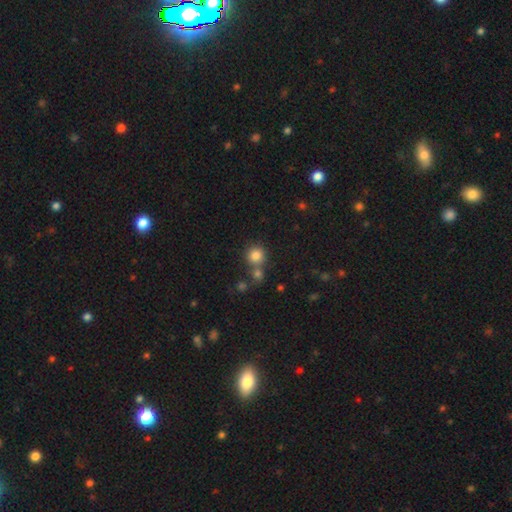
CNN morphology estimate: Q: Smooth or featured?
A: smooth (82%); runner-up: star or artifact (12%)
Q: How rounded?
A: round (90%); runner-up: in between (9%)
Q: Merging?
A: none (62%); runner-up: merger (26%)